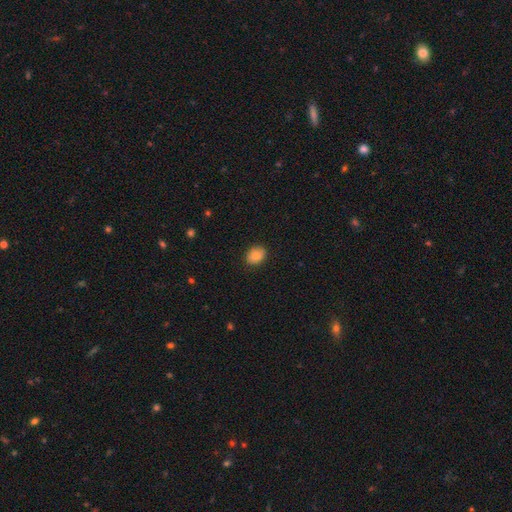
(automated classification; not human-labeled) Q: Smooth or featured?
A: smooth (82%); runner-up: featured or disk (9%)
Q: How rounded?
A: in between (62%); runner-up: round (37%)
Q: Merging?
A: none (87%); runner-up: minor disturbance (10%)